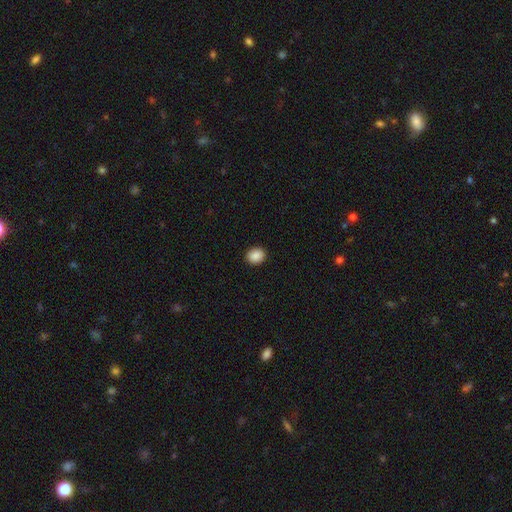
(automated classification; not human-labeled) smooth-or-featured: smooth: 89% | star or artifact: 8% | featured or disk: 3%
  how-rounded: round: 57% | in between: 42% | cigar-shaped: 1%
  merging: none: 91% | minor disturbance: 6% | major disturbance: 2% | merger: 1%